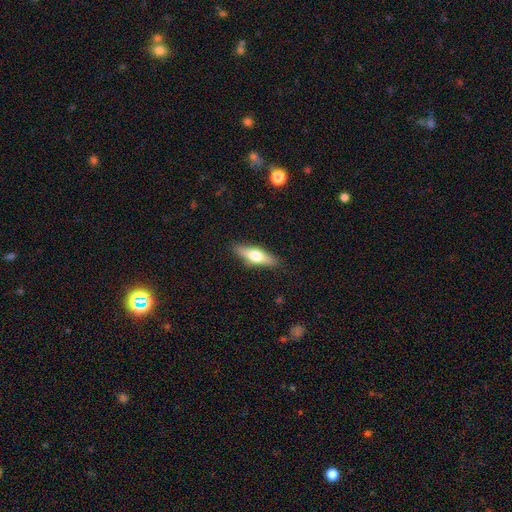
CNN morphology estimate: Q: Smooth or featured?
A: smooth (50%); runner-up: featured or disk (44%)
Q: How rounded?
A: cigar-shaped (55%); runner-up: in between (42%)
Q: Merging?
A: none (87%); runner-up: minor disturbance (9%)